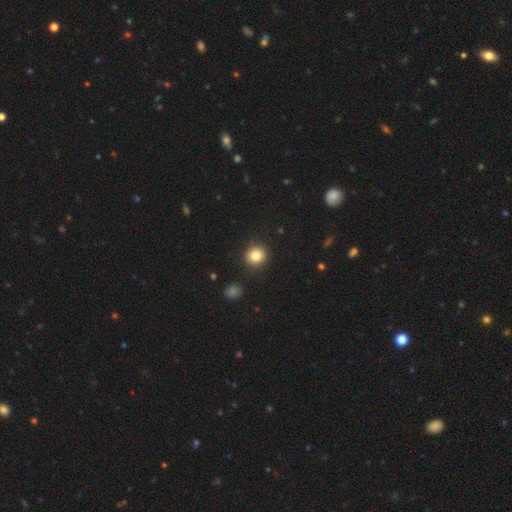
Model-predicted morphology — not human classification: Overall: smooth (81%). How rounded: round (92%). Merging: none (91%).